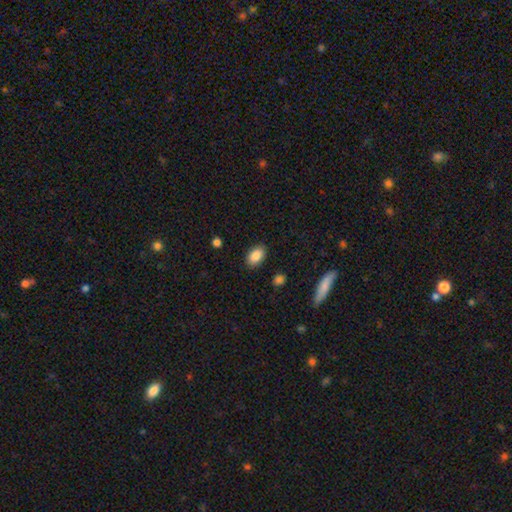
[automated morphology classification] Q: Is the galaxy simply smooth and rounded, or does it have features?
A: smooth — 87%.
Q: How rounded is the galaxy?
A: in between — 88%.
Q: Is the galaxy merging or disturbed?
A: none — 86%.